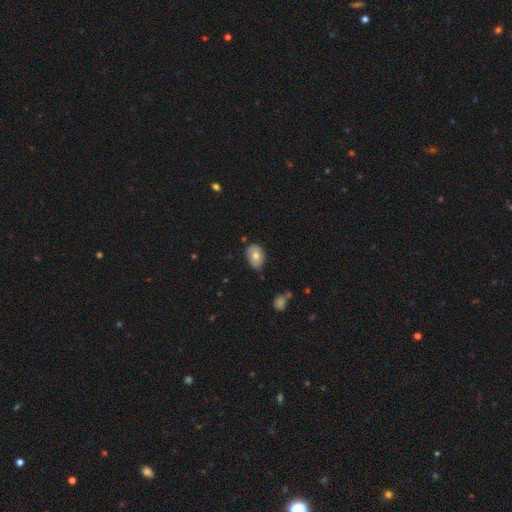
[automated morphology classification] Smooth or featured?
  - smooth: 74% *
  - featured or disk: 18%
  - star or artifact: 8%
How rounded?
  - in between: 79% *
  - round: 20%
  - cigar-shaped: 1%
Merging?
  - none: 72% *
  - minor disturbance: 23%
  - major disturbance: 3%
  - merger: 2%